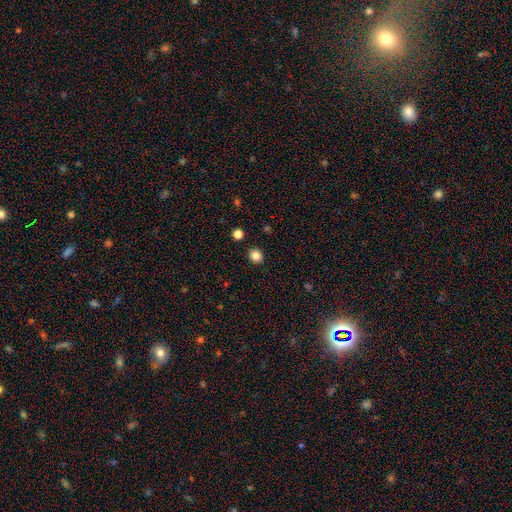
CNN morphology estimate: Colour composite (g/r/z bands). It shows a smooth galaxy with no disk features (84%) that is round (85%). Merging: none (91%).